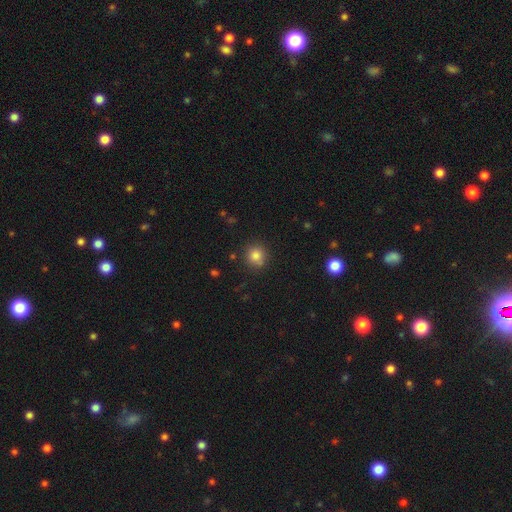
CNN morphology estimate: This appears to be a smooth galaxy with no disk features (82%) that is round (89%). Merging: none (82%).